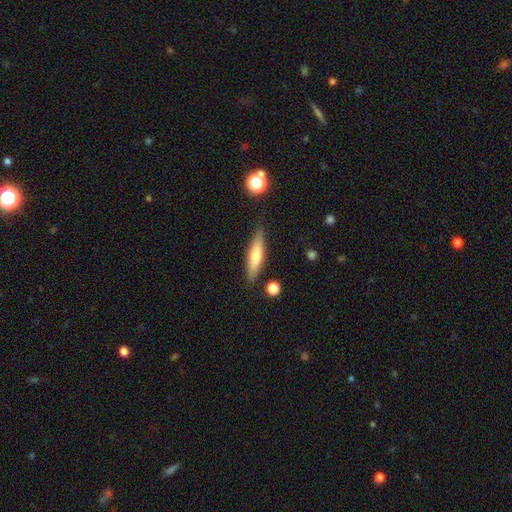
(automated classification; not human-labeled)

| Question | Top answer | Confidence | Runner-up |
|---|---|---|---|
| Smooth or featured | smooth | 57% | featured or disk (36%) |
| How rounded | cigar-shaped | 79% | in between (19%) |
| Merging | none | 85% | minor disturbance (10%) |